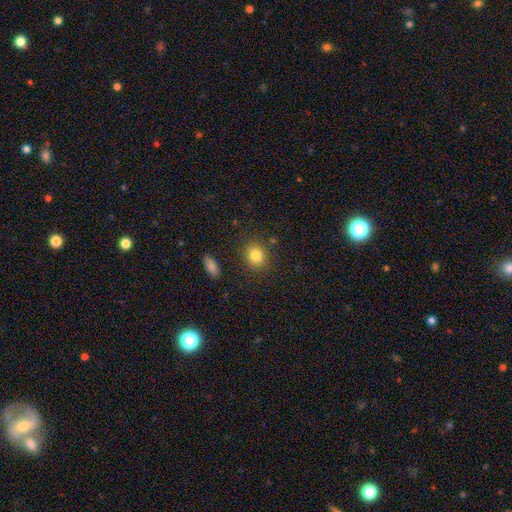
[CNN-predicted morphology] smooth 83%, star or artifact 11%, featured or disk 6%. Down the decision tree: how rounded — round (67%); merging — none (83%).